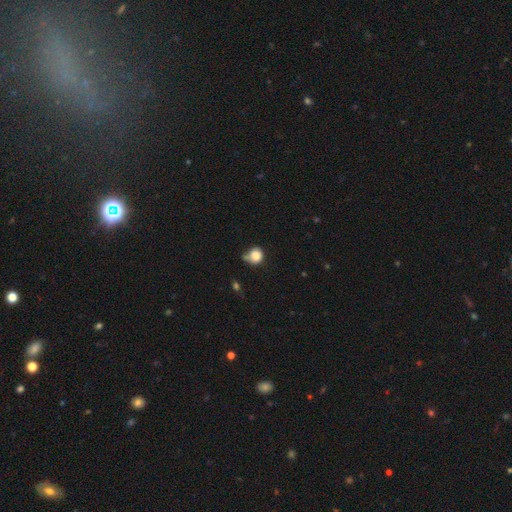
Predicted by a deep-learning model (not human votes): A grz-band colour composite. It shows a smooth galaxy with no disk features (83%) that is round (79%). Merging: none (46%).